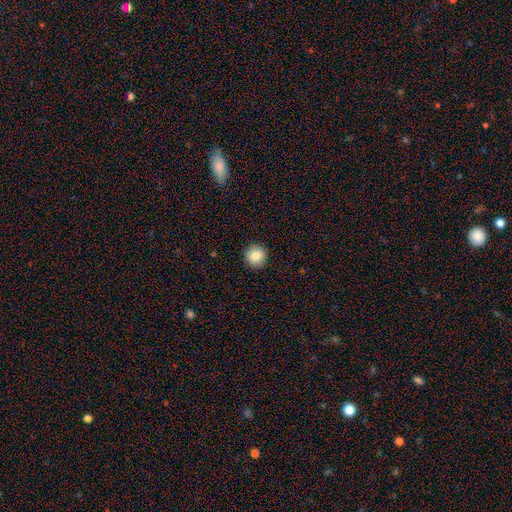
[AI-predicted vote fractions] smooth 84%, star or artifact 9%, featured or disk 7%. Down the decision tree: how rounded — round (94%); merging — none (92%).